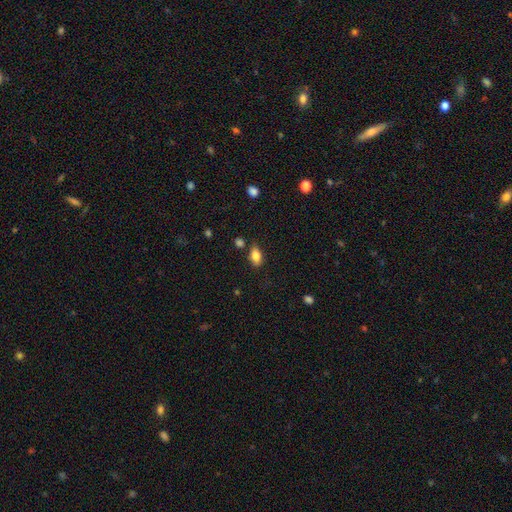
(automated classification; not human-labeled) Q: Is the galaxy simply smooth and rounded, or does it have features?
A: smooth — 81%.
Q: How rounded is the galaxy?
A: in between — 86%.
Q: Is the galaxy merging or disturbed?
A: none — 75%.